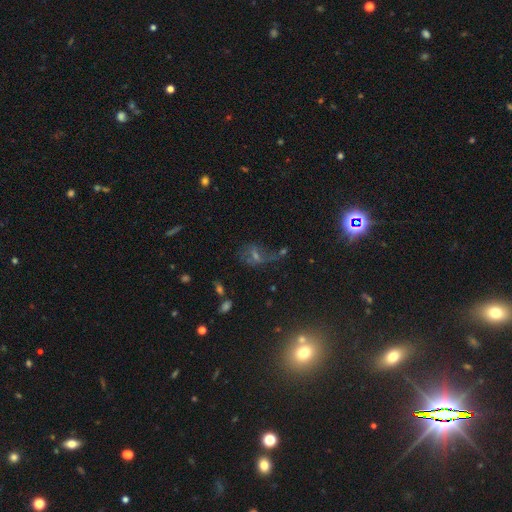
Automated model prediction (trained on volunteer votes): star or artifact 42%, featured or disk 33%, smooth 25%.